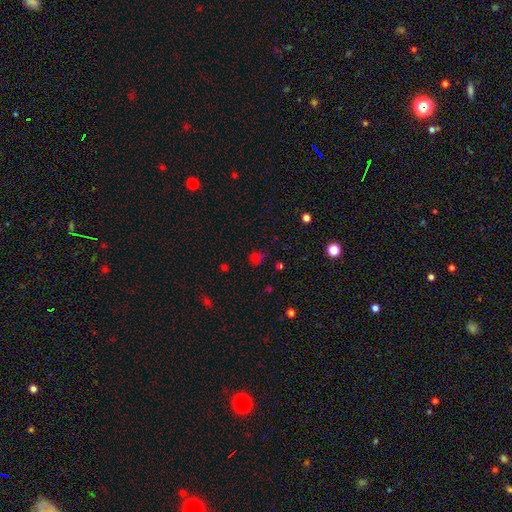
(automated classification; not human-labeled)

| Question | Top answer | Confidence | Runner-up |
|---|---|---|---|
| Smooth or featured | smooth | 52% | star or artifact (41%) |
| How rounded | round | 72% | in between (26%) |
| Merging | none | 69% | minor disturbance (16%) |